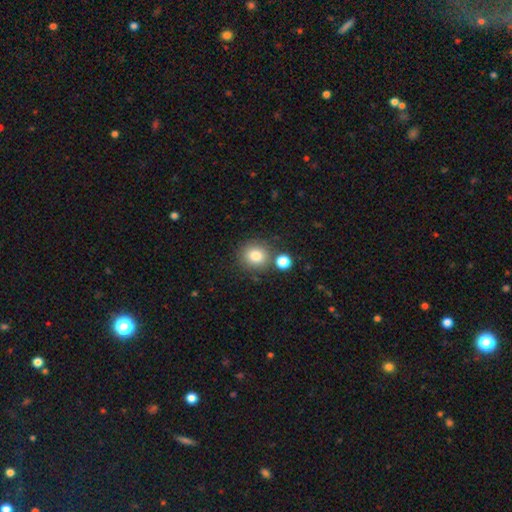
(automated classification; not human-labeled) Morphology: type=smooth (81%); roundness=round (87%); merging=none (74%).